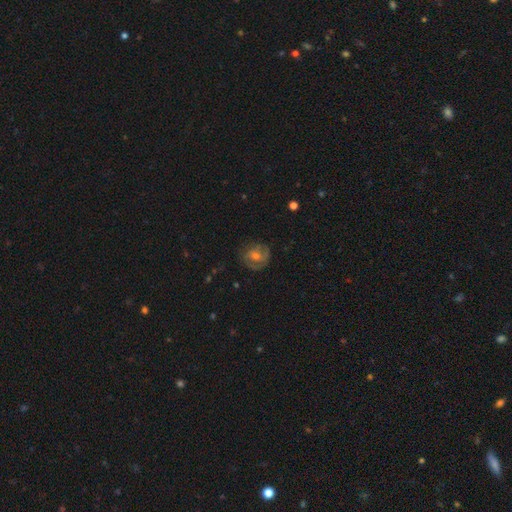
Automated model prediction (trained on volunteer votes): Q: Smooth or featured?
A: featured or disk (61%); runner-up: smooth (28%)
Q: Edge-on disk?
A: no (97%); runner-up: yes (3%)
Q: Bar?
A: no (61%); runner-up: weak (31%)
Q: Spiral arms?
A: yes (77%); runner-up: no (23%)
Q: Bulge size?
A: moderate (60%); runner-up: small (32%)
Q: Merging?
A: none (77%); runner-up: minor disturbance (15%)